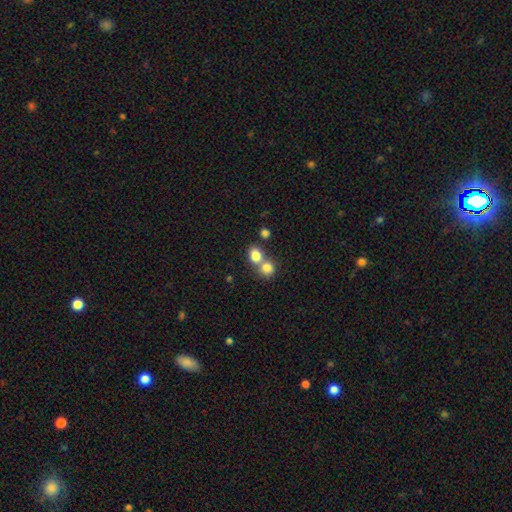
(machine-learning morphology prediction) A smooth galaxy with no disk features (81%) that is round (62%). Merging: merger (52%).